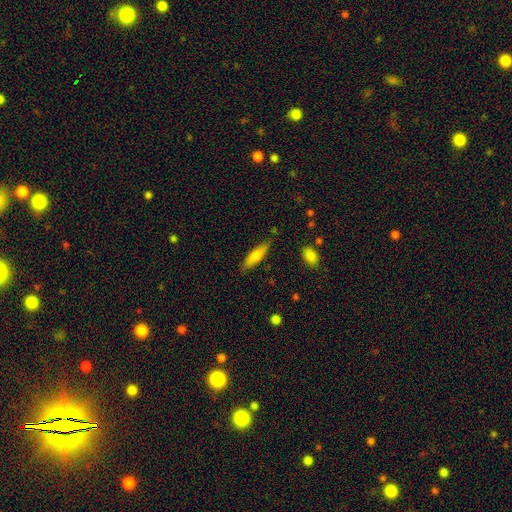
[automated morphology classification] This appears to be a smooth galaxy with no disk features (78%) that is cigar-shaped (61%). Merging: none (80%).